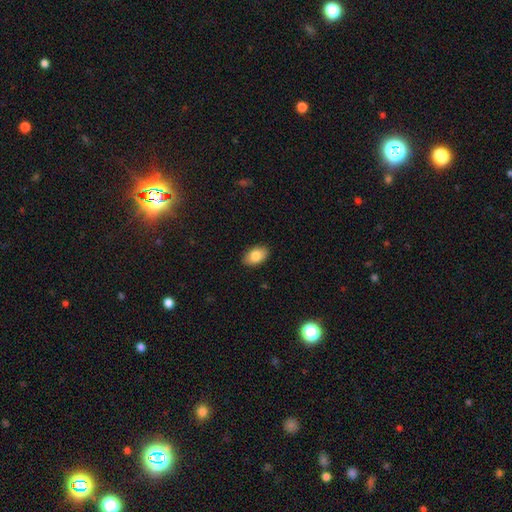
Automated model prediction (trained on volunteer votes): A smooth galaxy with no disk features (84%) that is in between round and cigar-shaped (92%). Merging: none (88%).